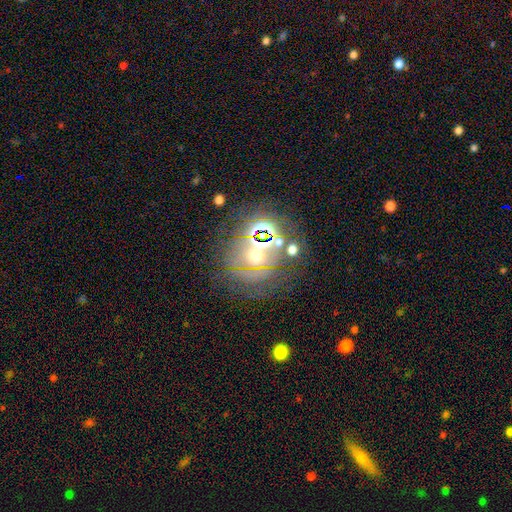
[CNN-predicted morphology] star or artifact 54%, smooth 26%, featured or disk 20%.